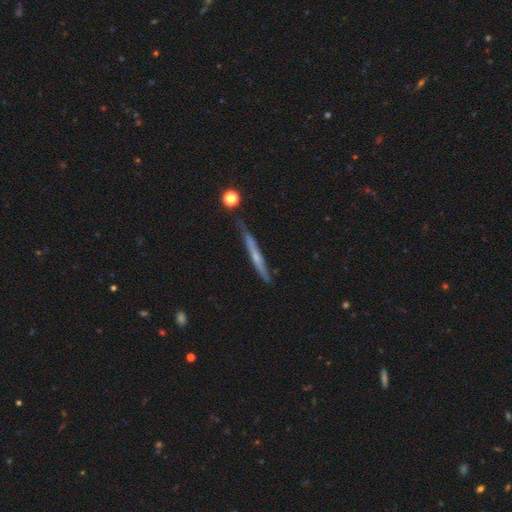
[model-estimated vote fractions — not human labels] Smooth or featured?
  - featured or disk: 58% *
  - smooth: 35%
  - star or artifact: 7%
Edge-on disk?
  - yes: 94% *
  - no: 6%
Edge-on bulge?
  - none: 62% *
  - rounded: 33%
  - boxy: 6%
Merging?
  - none: 75% *
  - minor disturbance: 19%
  - major disturbance: 4%
  - merger: 3%